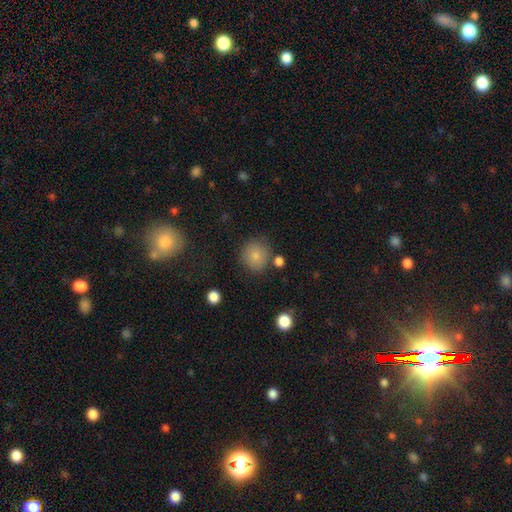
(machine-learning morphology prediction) Smooth or featured? smooth (83%)
How rounded? round (86%)
Merging? none (75%)